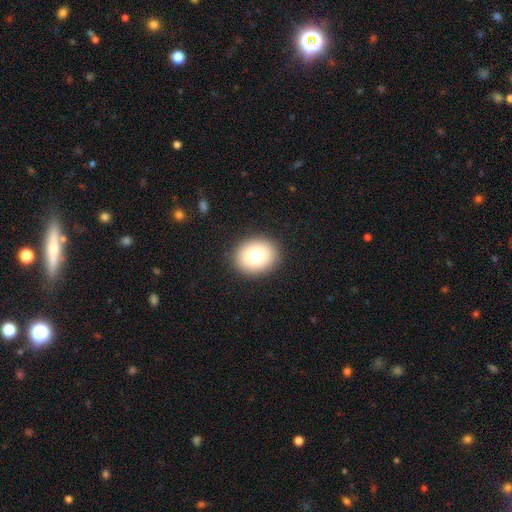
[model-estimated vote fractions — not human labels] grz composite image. It shows a smooth galaxy with no disk features (76%) that is round (55%). Merging: none (89%).